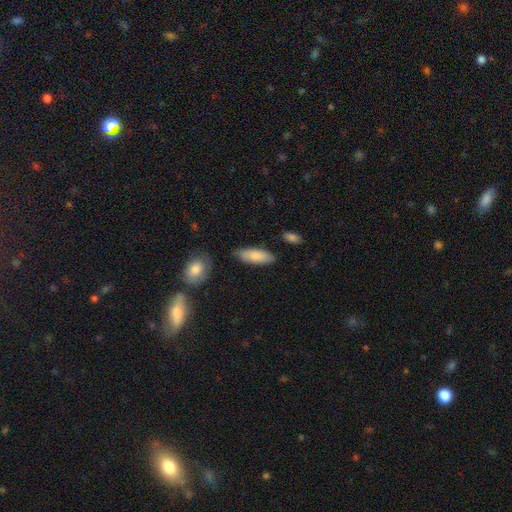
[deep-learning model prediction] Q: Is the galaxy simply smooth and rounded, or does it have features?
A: smooth — 82%.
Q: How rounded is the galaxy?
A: in between — 73%.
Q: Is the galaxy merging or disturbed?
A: none — 75%.